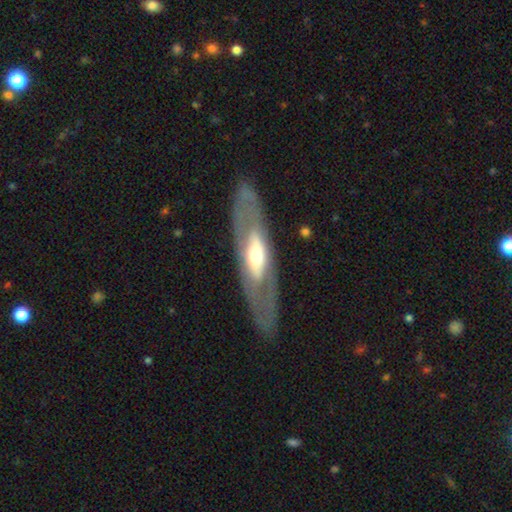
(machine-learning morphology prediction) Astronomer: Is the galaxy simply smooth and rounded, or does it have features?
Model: featured or disk — 68%.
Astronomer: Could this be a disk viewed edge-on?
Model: no — 67%.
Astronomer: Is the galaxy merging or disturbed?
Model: none — 81%.